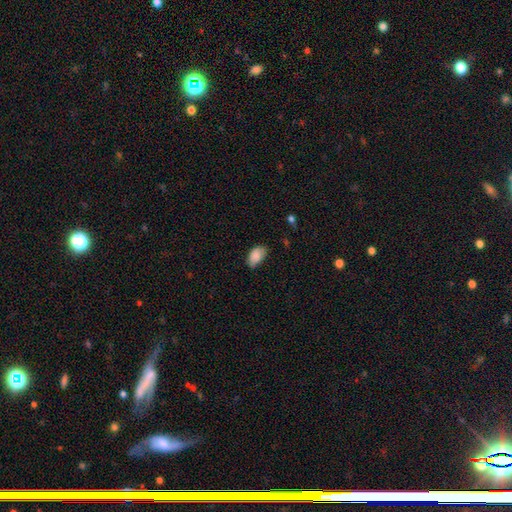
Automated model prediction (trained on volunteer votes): The model was most divided on "merging": none: 63%, minor disturbance: 31%, major disturbance: 5%, merger: 2%. More confident: how rounded — in between (92%); smooth or featured — smooth (87%).